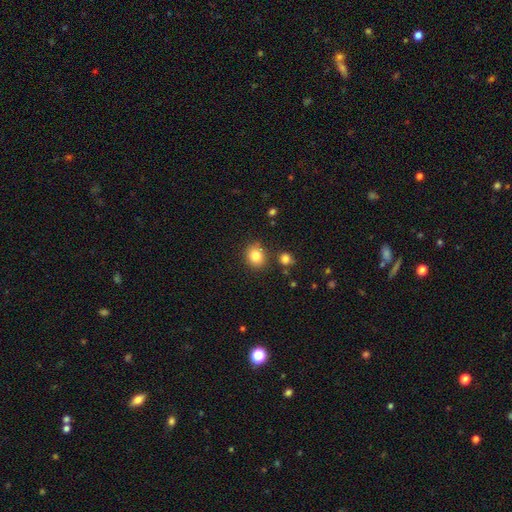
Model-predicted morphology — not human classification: Smooth or featured? Predicted: smooth (p=0.83). How rounded? Predicted: round (p=0.68). Merging? Predicted: none (p=0.82).